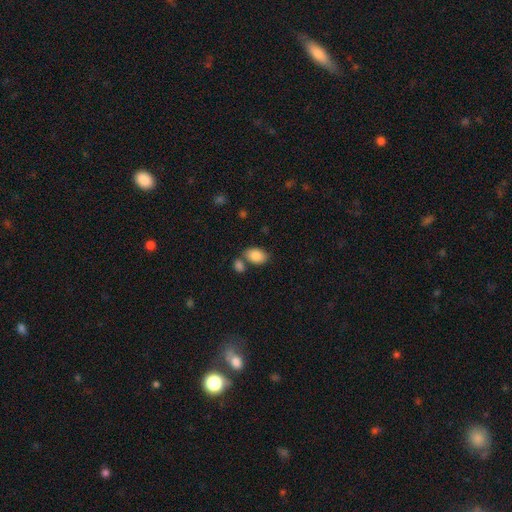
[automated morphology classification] Smooth or featured?
  - smooth: 86% *
  - featured or disk: 7%
  - star or artifact: 7%
How rounded?
  - in between: 89% *
  - round: 10%
  - cigar-shaped: 1%
Merging?
  - none: 61% *
  - merger: 23%
  - minor disturbance: 12%
  - major disturbance: 3%